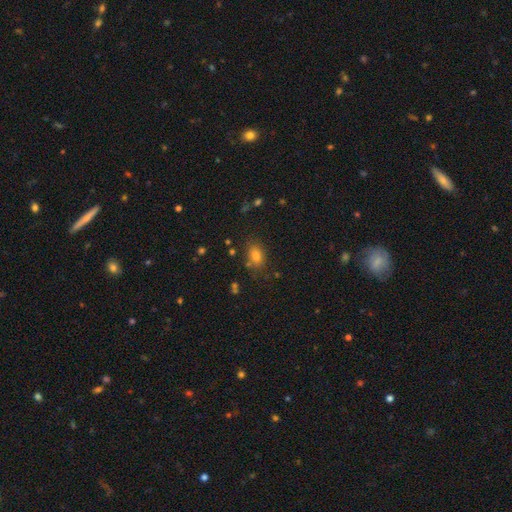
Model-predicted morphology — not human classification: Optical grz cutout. It shows a smooth galaxy with no disk features (77%) that is in between round and cigar-shaped (72%). Merging: none (78%).